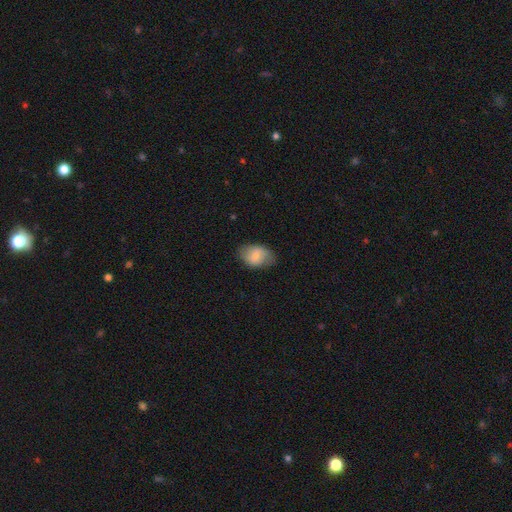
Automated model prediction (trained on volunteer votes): Morphology: type=smooth (69%); roundness=in between (84%); merging=none (75%).